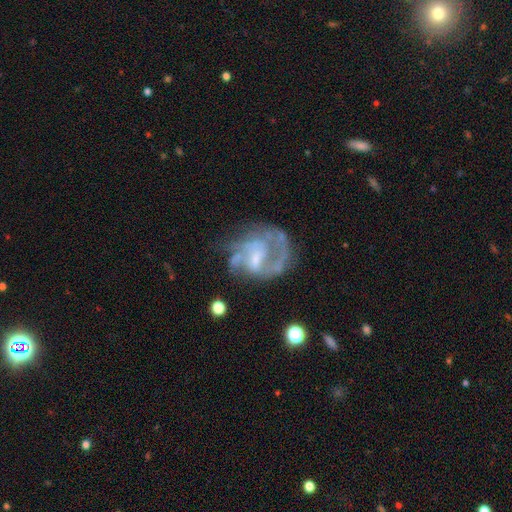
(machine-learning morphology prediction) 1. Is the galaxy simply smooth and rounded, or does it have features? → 78% featured or disk, 13% smooth, 9% star or artifact.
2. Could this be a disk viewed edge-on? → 98% no, 2% yes.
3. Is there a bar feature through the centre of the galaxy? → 47% weak, 40% no, 14% strong.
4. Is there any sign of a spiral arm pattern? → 79% yes, 21% no.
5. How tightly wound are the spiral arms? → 44% medium, 29% tight, 28% loose.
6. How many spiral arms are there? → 30% can't tell, 28% 2, 20% 1, 14% 3, 4% 4, 4% more than 4.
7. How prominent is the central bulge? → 42% small, 30% none, 25% moderate, 3% large, 1% dominant.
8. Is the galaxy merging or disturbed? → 43% none, 32% major disturbance, 20% minor disturbance, 5% merger.